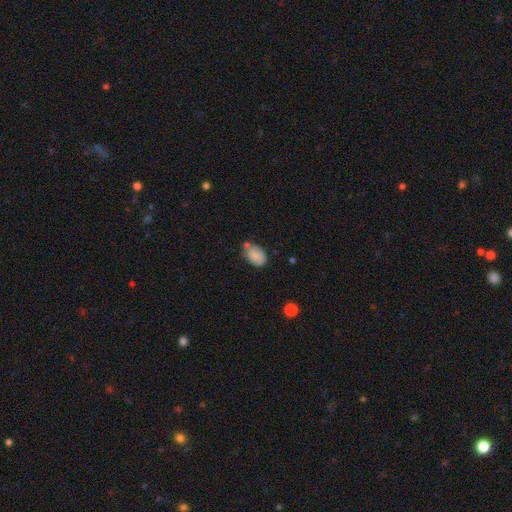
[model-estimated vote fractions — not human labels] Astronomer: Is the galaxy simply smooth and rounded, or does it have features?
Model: smooth — 79%.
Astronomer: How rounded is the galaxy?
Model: in between — 84%.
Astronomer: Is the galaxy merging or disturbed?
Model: none — 52%.